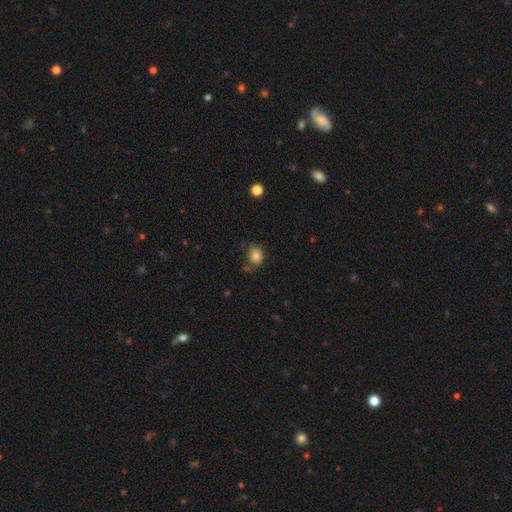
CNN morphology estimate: smooth 84%, star or artifact 11%, featured or disk 5%. Down the decision tree: how rounded — round (67%); merging — none (69%).